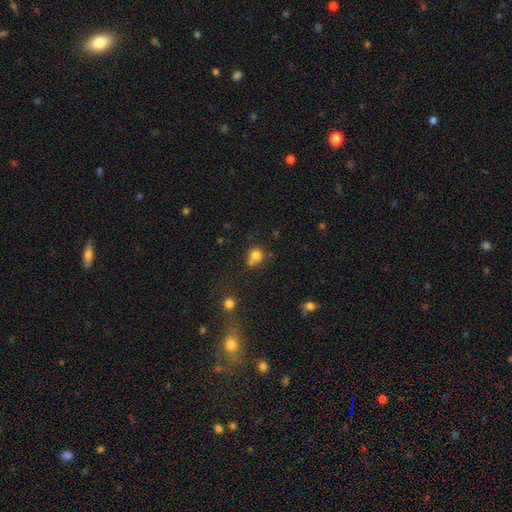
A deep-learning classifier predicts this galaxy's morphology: This appears to be a smooth galaxy with no disk features (79%) that is round (80%). Merging: none (52%).